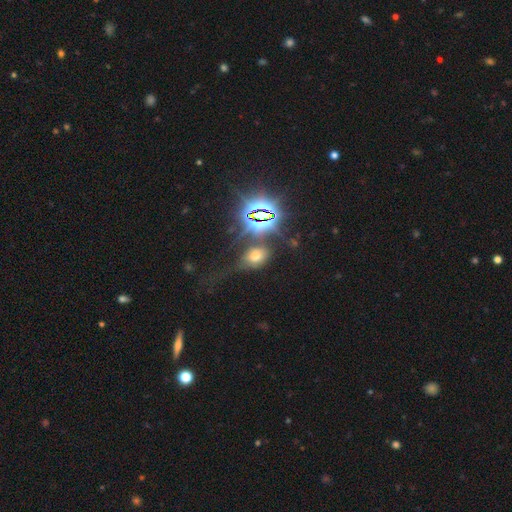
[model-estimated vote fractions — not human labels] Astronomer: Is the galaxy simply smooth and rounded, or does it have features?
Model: smooth — 47% (runner-up: star or artifact, 41%).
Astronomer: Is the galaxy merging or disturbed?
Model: none — 58%.